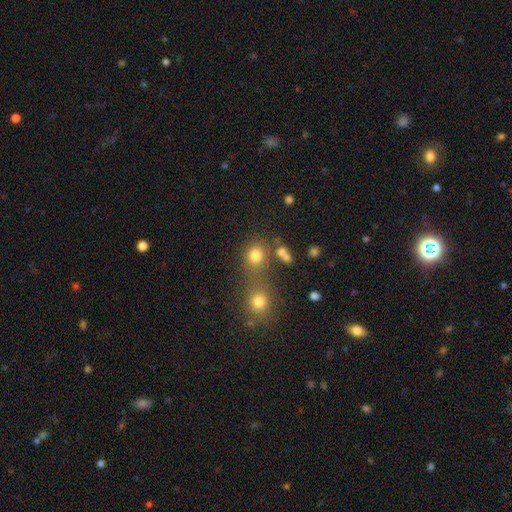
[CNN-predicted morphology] A smooth galaxy with no disk features (76%) that is round (77%). Merging: none (53%).